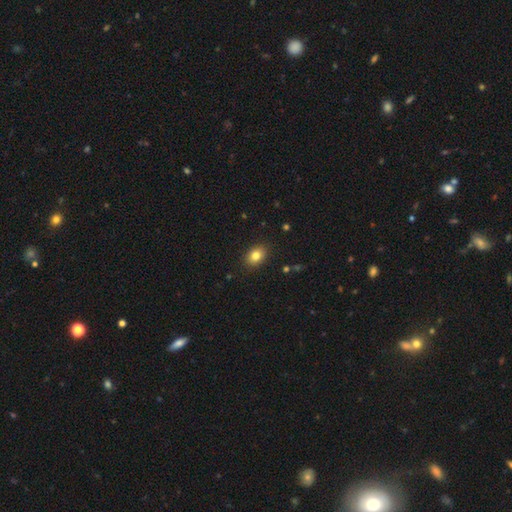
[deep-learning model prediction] A smooth galaxy with no disk features (82%) that is in between round and cigar-shaped (71%). Merging: none (89%).